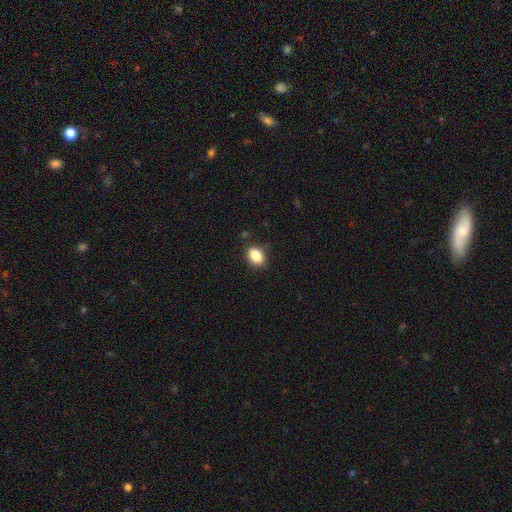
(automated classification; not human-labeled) This is clearly a smooth galaxy (86%). How rounded: clearly in between (82%). Merging: clearly none (85%).